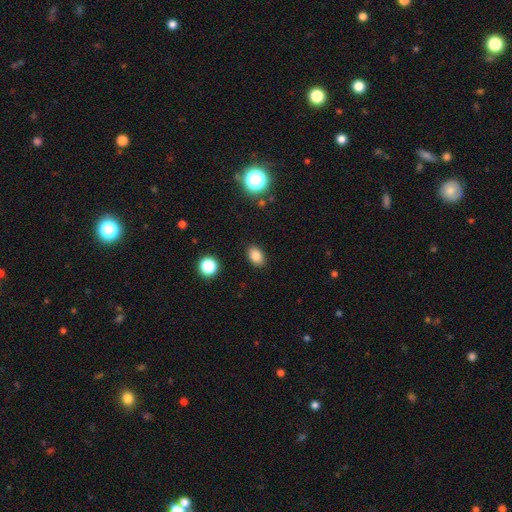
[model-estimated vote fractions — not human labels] smooth-or-featured: smooth: 83% | star or artifact: 12% | featured or disk: 6%
  how-rounded: in between: 80% | round: 18% | cigar-shaped: 1%
  merging: none: 88% | minor disturbance: 8% | major disturbance: 3% | merger: 1%